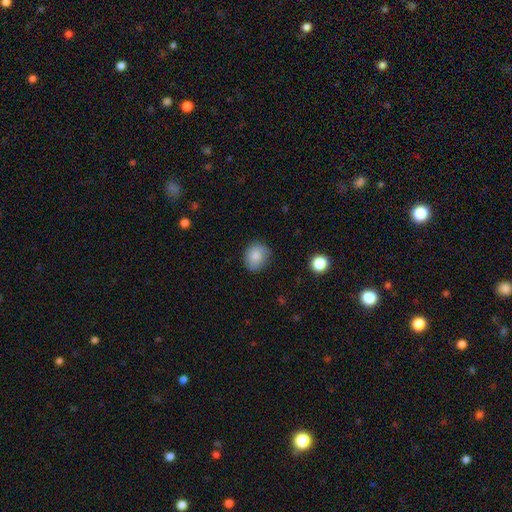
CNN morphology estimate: A smooth galaxy with no disk features (83%) that is round (64%).

Vote fractions:
- Smooth or featured? smooth: 83% / featured or disk: 9% / star or artifact: 8%
- How rounded? round: 64% / in between: 35% / cigar-shaped: 1%
- Merging? none: 75% / minor disturbance: 19% / major disturbance: 4% / merger: 1%